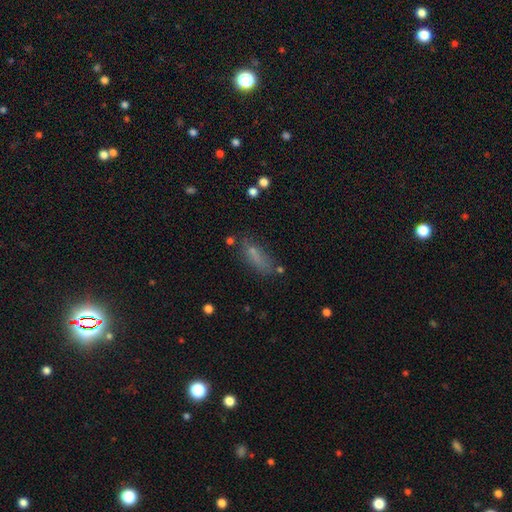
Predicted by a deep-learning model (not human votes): The model was most divided on "how rounded": in between: 53%, cigar-shaped: 42%, round: 5%. More confident: merging — none (69%); smooth or featured — smooth (61%).